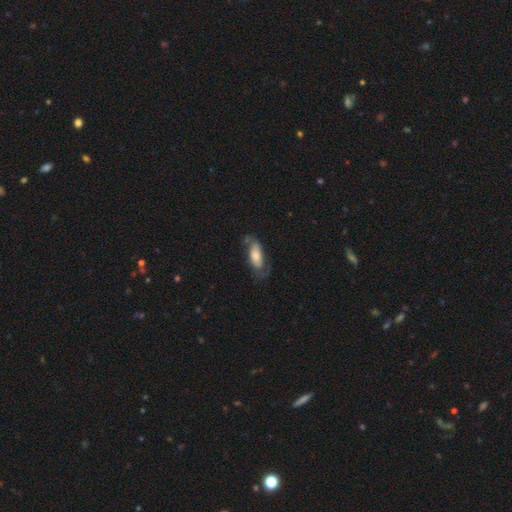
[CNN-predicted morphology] smooth-or-featured: smooth: 61% | featured or disk: 33% | star or artifact: 6%
  how-rounded: in between: 79% | cigar-shaped: 18% | round: 3%
  merging: none: 44% | minor disturbance: 28% | major disturbance: 24% | merger: 4%